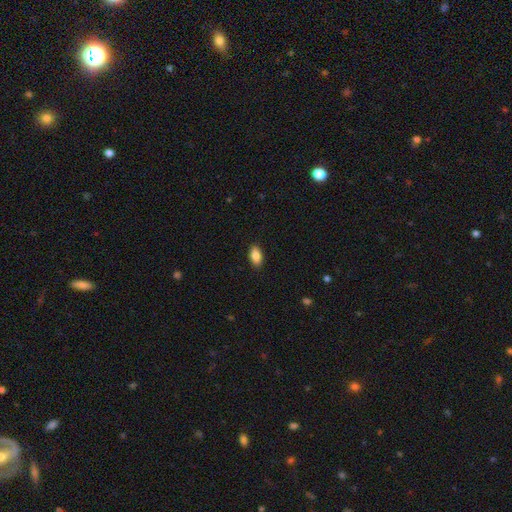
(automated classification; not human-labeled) smooth-or-featured: smooth: 86% | star or artifact: 7% | featured or disk: 7%
  how-rounded: in between: 92% | round: 5% | cigar-shaped: 4%
  merging: none: 89% | minor disturbance: 8% | major disturbance: 2% | merger: 1%